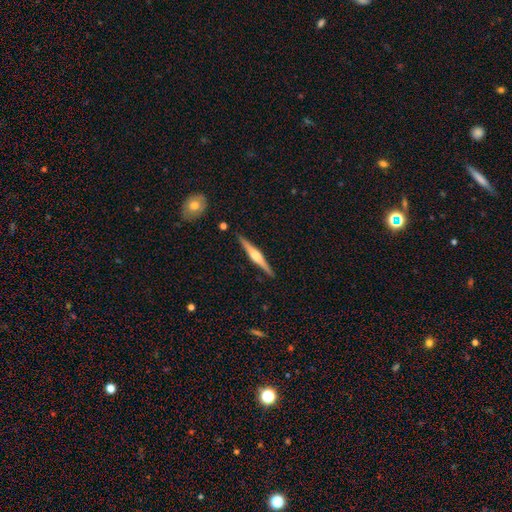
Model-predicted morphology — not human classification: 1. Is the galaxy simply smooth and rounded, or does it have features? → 76% featured or disk, 19% smooth, 5% star or artifact.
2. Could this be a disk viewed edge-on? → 98% yes, 2% no.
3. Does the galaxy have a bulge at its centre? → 79% rounded, 17% boxy, 5% none.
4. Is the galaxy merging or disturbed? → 90% none, 7% minor disturbance, 1% major disturbance, 1% merger.